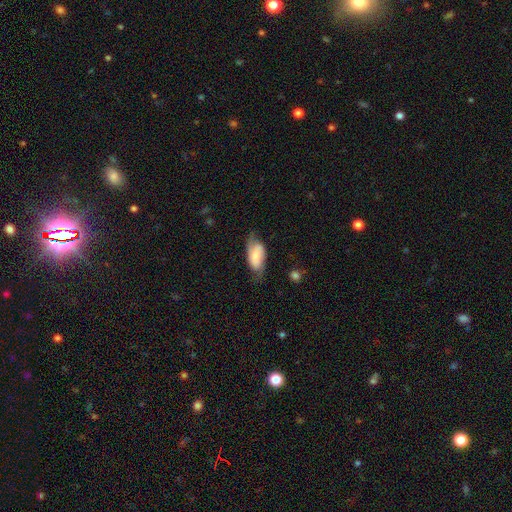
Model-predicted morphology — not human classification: This is possibly a smooth galaxy (56%). How rounded: clearly in between (90%). Merging: possibly none (56%).